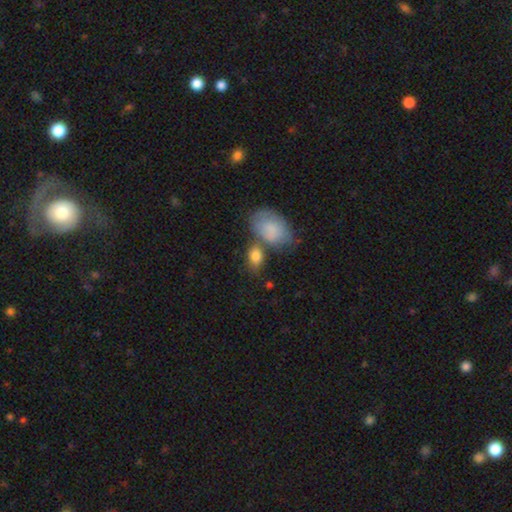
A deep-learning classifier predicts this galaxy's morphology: smooth-or-featured: smooth: 81% | featured or disk: 11% | star or artifact: 7%
  how-rounded: in between: 81% | round: 16% | cigar-shaped: 2%
  merging: none: 49% | merger: 28% | minor disturbance: 17% | major disturbance: 6%